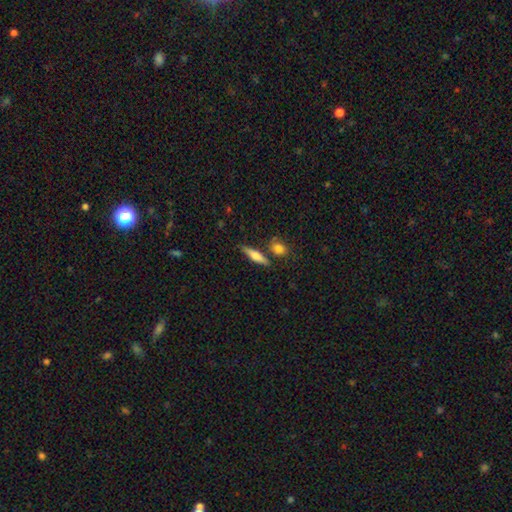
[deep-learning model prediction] Q: Smooth or featured?
A: smooth (63%); runner-up: featured or disk (30%)
Q: How rounded?
A: cigar-shaped (72%); runner-up: in between (25%)
Q: Merging?
A: none (74%); runner-up: minor disturbance (13%)